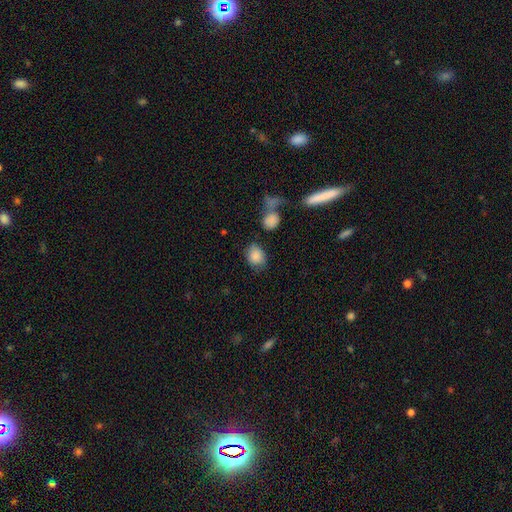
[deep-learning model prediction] A smooth galaxy with no disk features (86%) that is in between round and cigar-shaped (51%). Merging: none (65%).